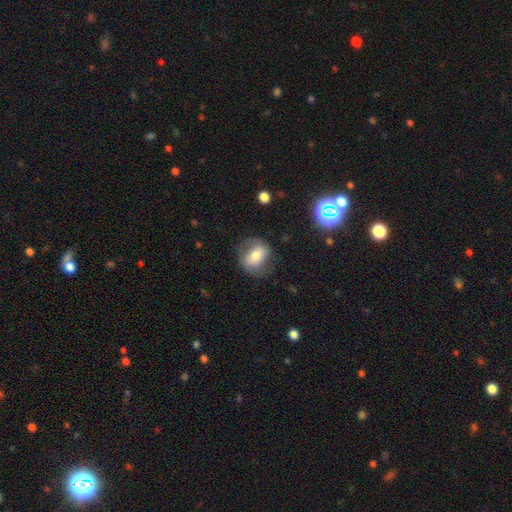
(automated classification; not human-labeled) Overall: smooth (56%; featured or disk 35%). How rounded: in between (53%; round 45%). Merging: none (68%).